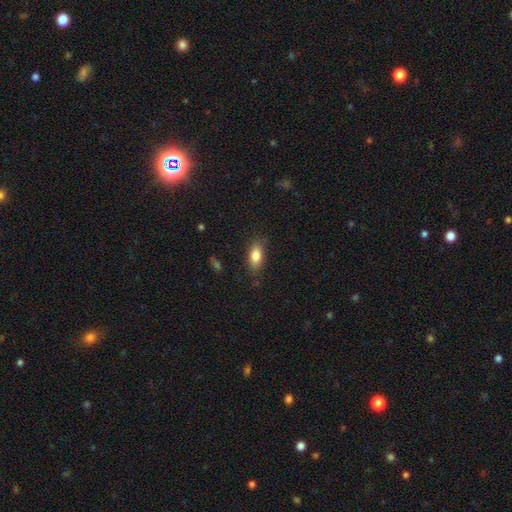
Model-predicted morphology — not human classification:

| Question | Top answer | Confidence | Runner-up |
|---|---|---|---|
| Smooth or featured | smooth | 82% | featured or disk (10%) |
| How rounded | in between | 85% | cigar-shaped (11%) |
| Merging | none | 81% | minor disturbance (15%) |